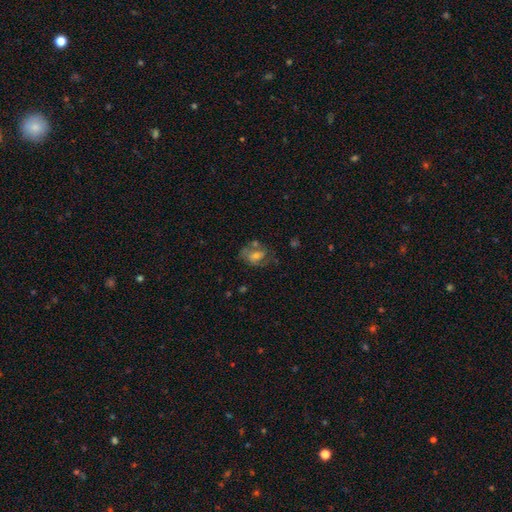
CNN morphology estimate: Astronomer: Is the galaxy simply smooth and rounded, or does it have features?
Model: featured or disk — 53% (runner-up: smooth, 35%).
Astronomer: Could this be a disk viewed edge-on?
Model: no — 95%.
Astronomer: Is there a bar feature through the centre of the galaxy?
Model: no — 49% (runner-up: weak, 39%).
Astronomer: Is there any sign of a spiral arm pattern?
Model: yes — 65%.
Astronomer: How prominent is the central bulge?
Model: moderate — 51% (runner-up: small, 32%).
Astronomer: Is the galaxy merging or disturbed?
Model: none — 54%.